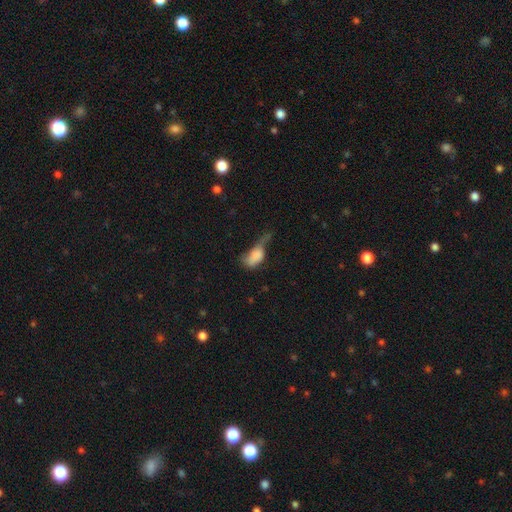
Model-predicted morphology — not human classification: A smooth galaxy with no disk features (72%) that is in between round and cigar-shaped (86%).

Vote fractions:
- Smooth or featured? smooth: 72% / featured or disk: 19% / star or artifact: 10%
- How rounded? in between: 86% / round: 9% / cigar-shaped: 6%
- Merging? major disturbance: 50% / minor disturbance: 24% / none: 15% / merger: 11%